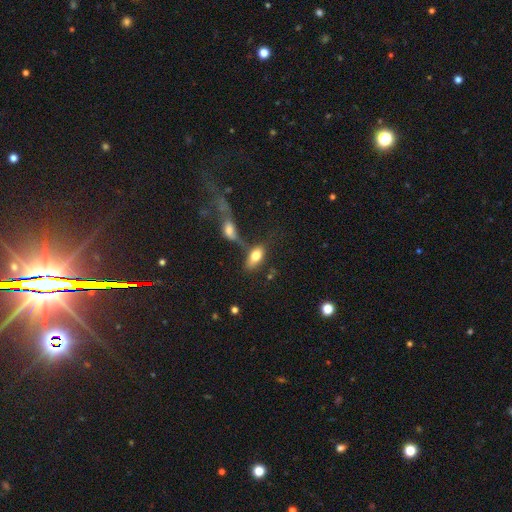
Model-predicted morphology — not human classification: smooth_or_featured: smooth (p=0.72) [alt: featured or disk p=0.20]
how_rounded: in between (p=0.88) [alt: cigar-shaped p=0.07]
merging: merger (p=0.44) [alt: none p=0.32]